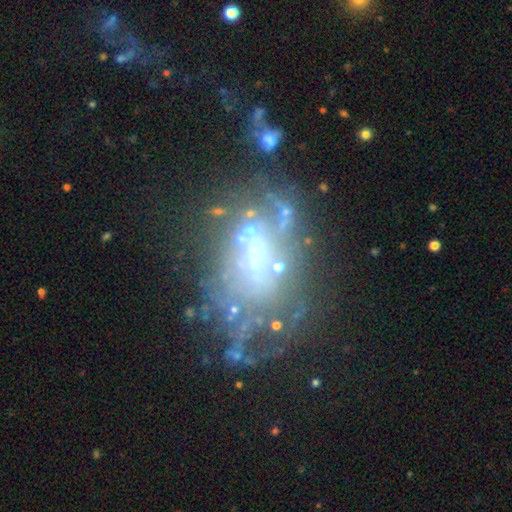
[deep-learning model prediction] A featured or disk galaxy (68%) with no bar (66%), no spiral arms (56%) and no central bulge (36%).

Vote fractions:
- Smooth or featured? featured or disk: 68% / smooth: 17% / star or artifact: 15%
- Edge-on disk? no: 95% / yes: 5%
- Bar? no: 66% / weak: 25% / strong: 9%
- Spiral arms? no: 56% / yes: 44%
- Bulge size? none: 36% / small: 33% / moderate: 23% / large: 6% / dominant: 2%
- Merging? none: 41% / major disturbance: 30% / minor disturbance: 20% / merger: 9%